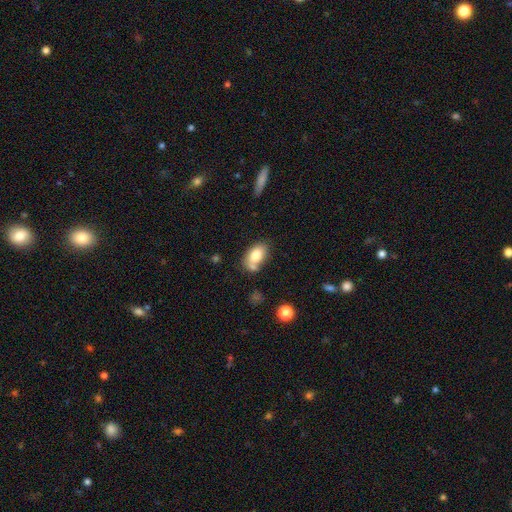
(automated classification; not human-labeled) The model was most divided on "merging": none: 49%, merger: 24%, minor disturbance: 20%, major disturbance: 7%. More confident: how rounded — in between (89%); smooth or featured — smooth (79%).